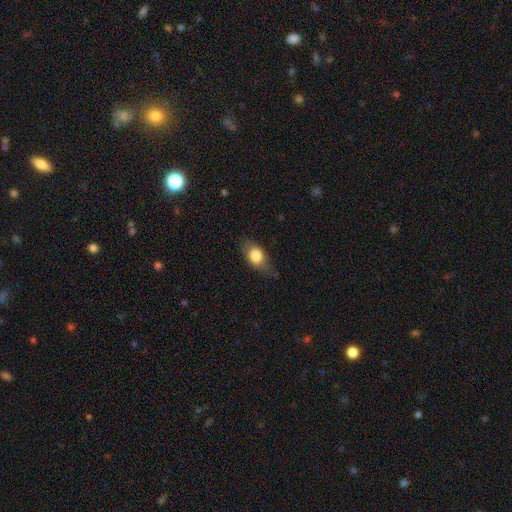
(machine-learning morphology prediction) Smooth or featured?
  - smooth: 73% *
  - featured or disk: 19%
  - star or artifact: 7%
How rounded?
  - in between: 77% *
  - round: 17%
  - cigar-shaped: 6%
Merging?
  - none: 73% *
  - minor disturbance: 20%
  - major disturbance: 6%
  - merger: 1%